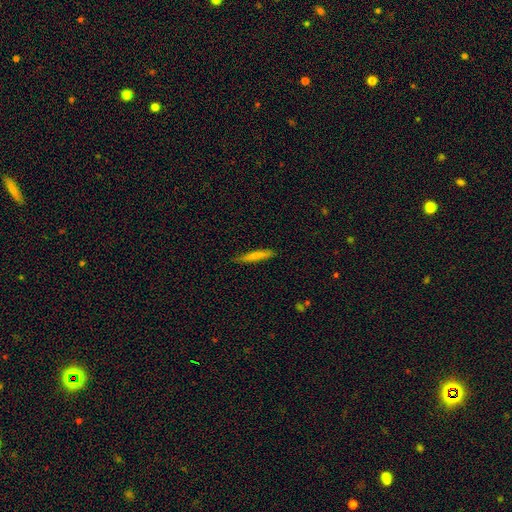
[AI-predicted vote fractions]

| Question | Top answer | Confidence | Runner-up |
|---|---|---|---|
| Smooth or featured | smooth | 73% | featured or disk (20%) |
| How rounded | cigar-shaped | 91% | in between (7%) |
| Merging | none | 81% | minor disturbance (15%) |